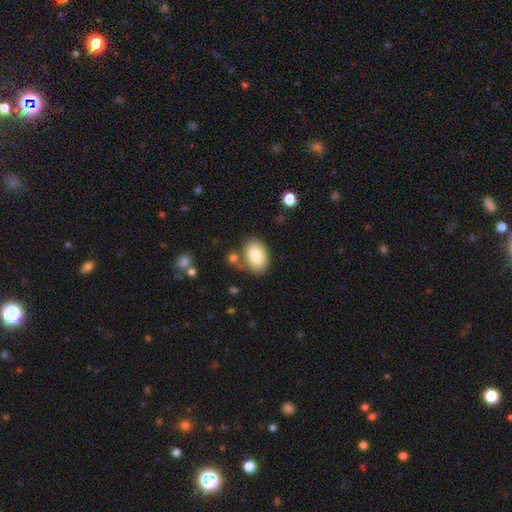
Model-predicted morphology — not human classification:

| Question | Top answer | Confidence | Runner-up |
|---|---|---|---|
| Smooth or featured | smooth | 80% | featured or disk (13%) |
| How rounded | in between | 84% | round (15%) |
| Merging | none | 70% | minor disturbance (15%) |